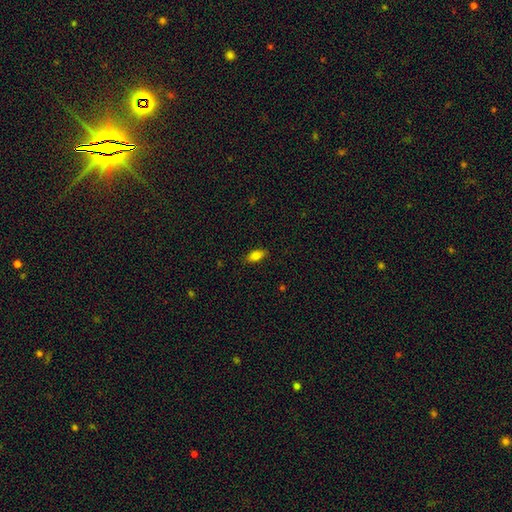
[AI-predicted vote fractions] A smooth galaxy with no disk features (83%) that is in between round and cigar-shaped (87%).

Vote fractions:
- Smooth or featured? smooth: 83% / star or artifact: 9% / featured or disk: 8%
- How rounded? in between: 87% / cigar-shaped: 10% / round: 4%
- Merging? none: 85% / minor disturbance: 11% / major disturbance: 2% / merger: 1%